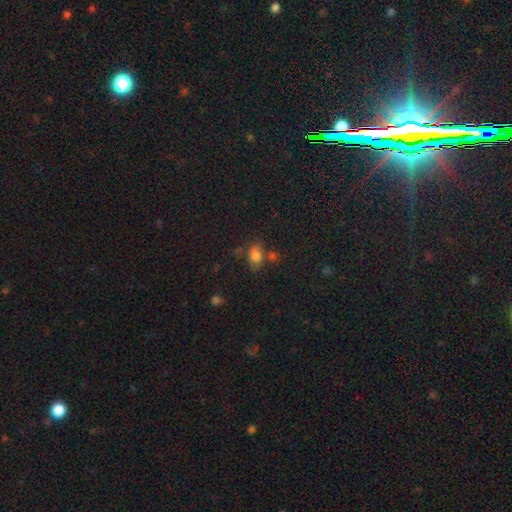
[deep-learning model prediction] Morphology: type=smooth (77%); roundness=in between (69%); merging=none (58%).